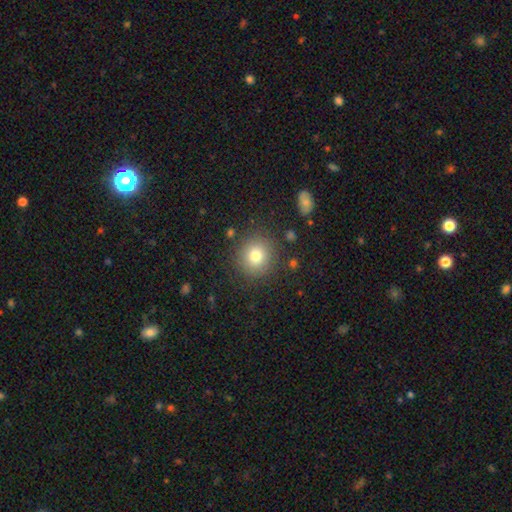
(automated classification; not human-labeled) Overall: smooth (78%). How rounded: round (91%). Merging: none (86%).